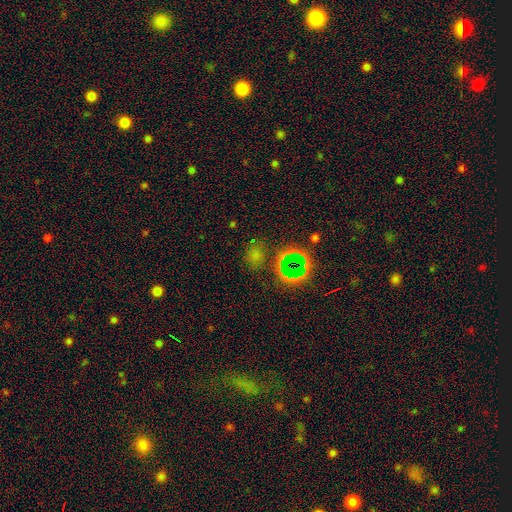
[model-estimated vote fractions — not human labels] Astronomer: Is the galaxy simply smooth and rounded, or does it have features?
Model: smooth — 50% (runner-up: star or artifact, 39%).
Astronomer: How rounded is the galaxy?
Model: round — 69%.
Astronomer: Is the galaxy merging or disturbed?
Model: none — 78%.